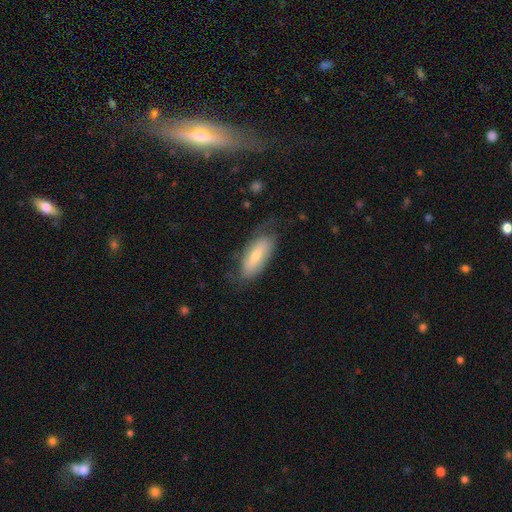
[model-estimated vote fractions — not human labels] smooth-or-featured: smooth: 57% | featured or disk: 37% | star or artifact: 6%
  how-rounded: in between: 80% | cigar-shaped: 18% | round: 2%
  merging: none: 62% | minor disturbance: 25% | major disturbance: 12% | merger: 1%